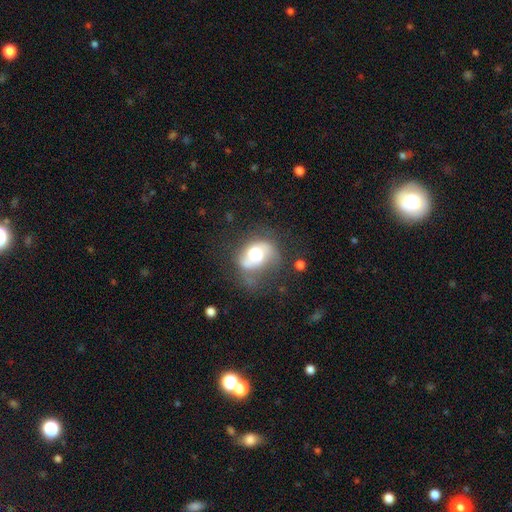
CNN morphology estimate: A smooth galaxy with no disk features (47%). Merging: none (38%).